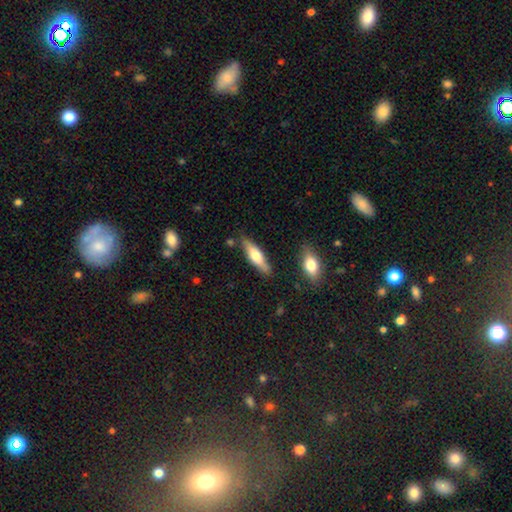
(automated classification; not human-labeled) smooth_or_featured: smooth (p=0.55) [alt: featured or disk p=0.40]
how_rounded: cigar-shaped (p=0.64) [alt: in between p=0.34]
merging: none (p=0.80) [alt: minor disturbance p=0.13]